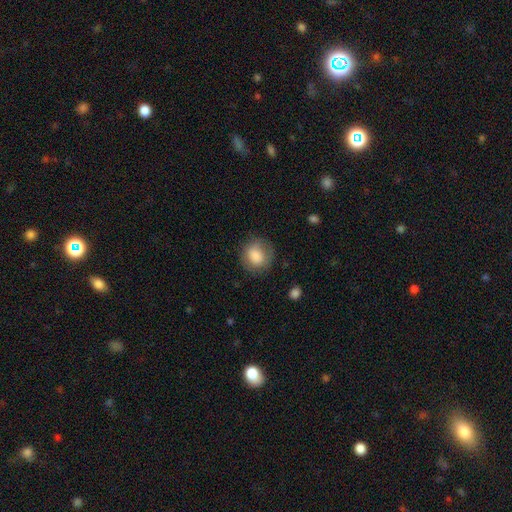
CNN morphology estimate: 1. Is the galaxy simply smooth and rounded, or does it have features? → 83% smooth, 10% featured or disk, 8% star or artifact.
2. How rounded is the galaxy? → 76% round, 23% in between, 1% cigar-shaped.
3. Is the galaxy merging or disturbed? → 76% none, 16% minor disturbance, 6% major disturbance, 1% merger.